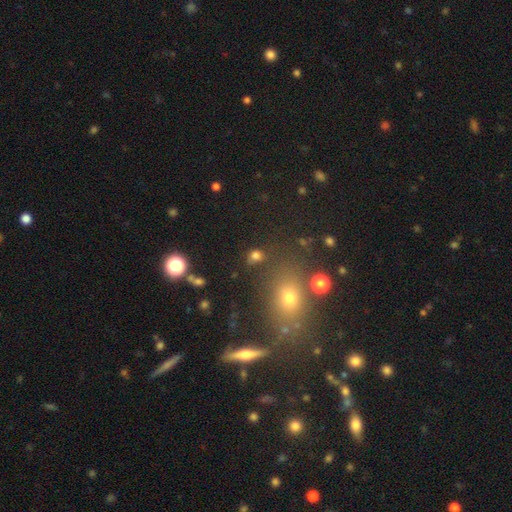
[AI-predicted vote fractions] smooth_or_featured: smooth (p=0.75) [alt: star or artifact p=0.18]
how_rounded: round (p=0.49) [tied with: in between p=0.49]
merging: none (p=0.72) [alt: minor disturbance p=0.13]